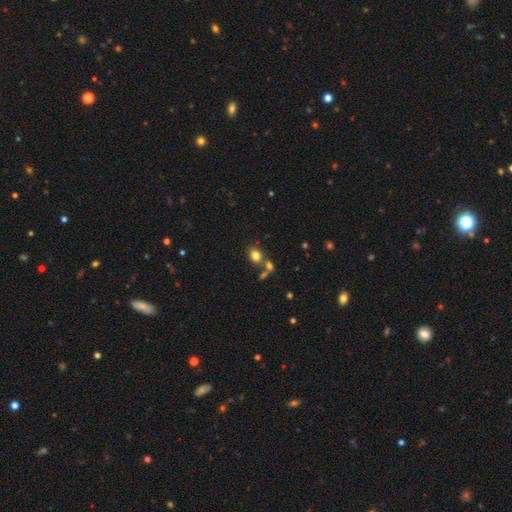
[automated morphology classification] Smooth or featured? Predicted: smooth (p=0.78). How rounded? Predicted: in between (p=0.53). Merging? Predicted: none (p=0.60).